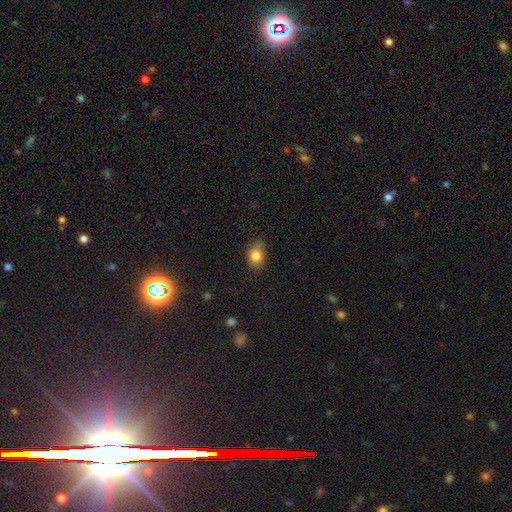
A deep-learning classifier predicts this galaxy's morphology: Q: Smooth or featured?
A: smooth (83%); runner-up: star or artifact (10%)
Q: How rounded?
A: in between (62%); runner-up: round (36%)
Q: Merging?
A: none (60%); runner-up: minor disturbance (30%)